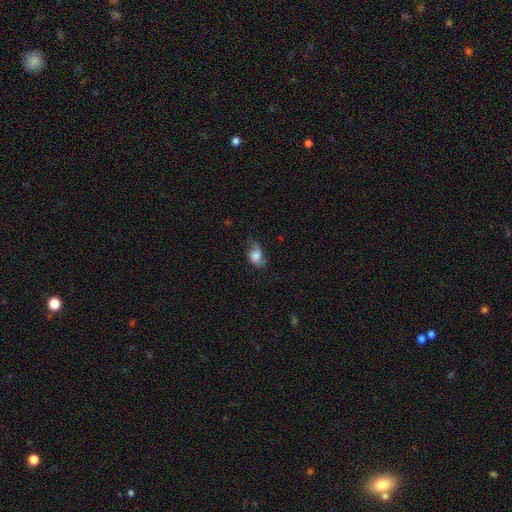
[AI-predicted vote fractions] Morphology: type=smooth (66%); roundness=in between (77%); merging=none (42%).